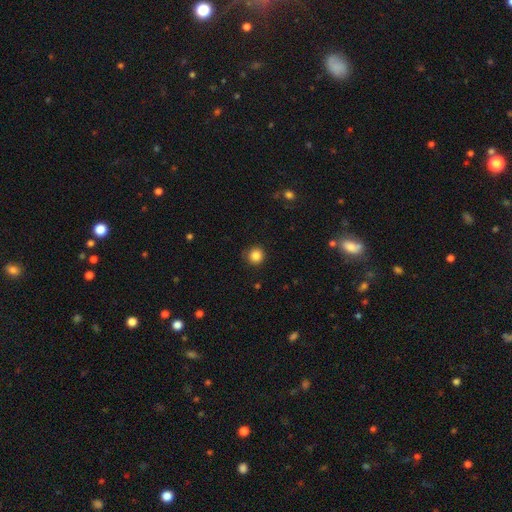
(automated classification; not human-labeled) This appears to be a smooth galaxy with no disk features (85%) that is round (94%). Merging: none (86%).